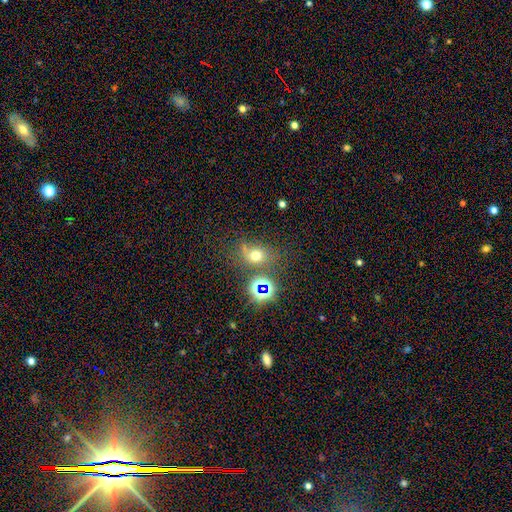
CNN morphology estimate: Smooth or featured? smooth (57%)
How rounded? round (54%)
Merging? none (56%)